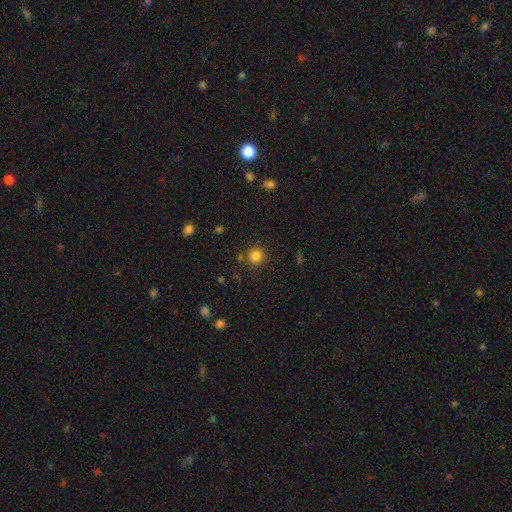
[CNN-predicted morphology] smooth_or_featured: smooth (p=0.83) [alt: star or artifact p=0.13]
how_rounded: round (p=0.93) [alt: in between p=0.06]
merging: none (p=0.81) [alt: minor disturbance p=0.10]